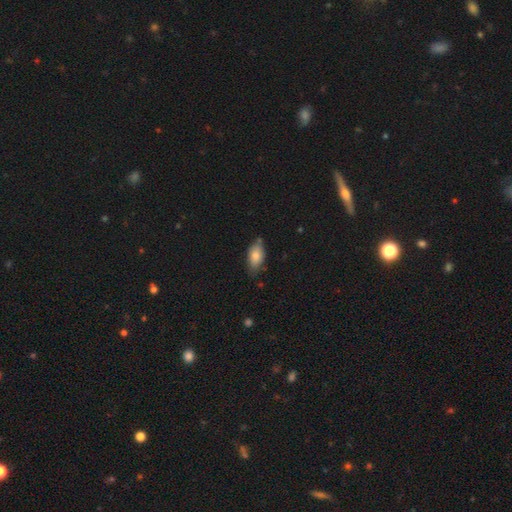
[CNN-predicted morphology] Overall: smooth (81%). How rounded: in between (90%). Merging: none (65%; minor disturbance 27%).